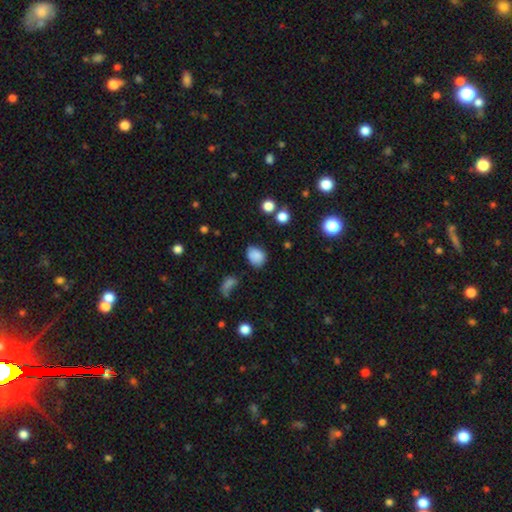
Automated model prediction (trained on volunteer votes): This appears to be a smooth galaxy with no disk features (83%) that is in between round and cigar-shaped (55%). Merging: none (65%).